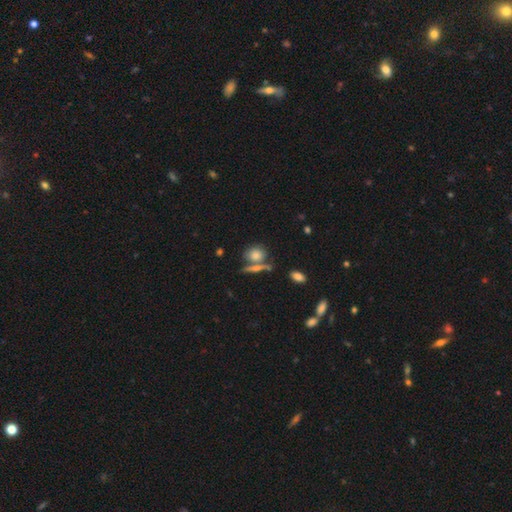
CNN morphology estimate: This is likely a smooth galaxy (74%). How rounded: possibly round (58%). Merging: possibly none (56%).